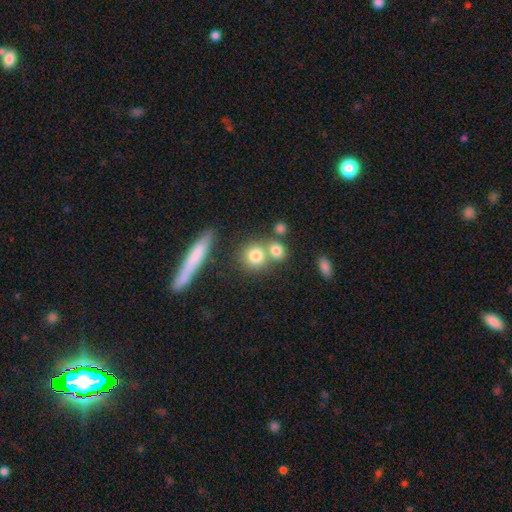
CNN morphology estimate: Smooth or featured?
  - smooth: 77% *
  - featured or disk: 12%
  - star or artifact: 11%
How rounded?
  - round: 80% *
  - in between: 16%
  - cigar-shaped: 5%
Merging?
  - none: 54% *
  - merger: 33%
  - minor disturbance: 9%
  - major disturbance: 4%